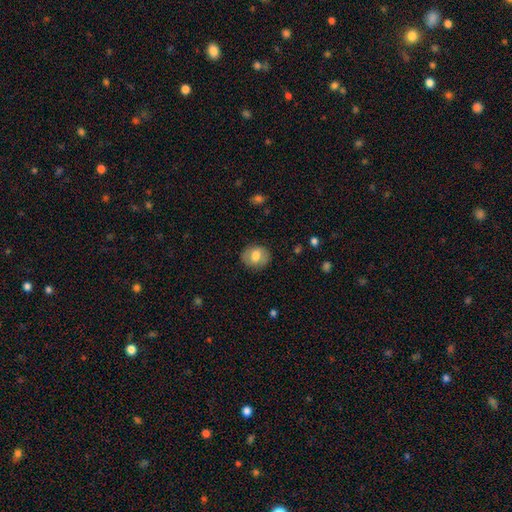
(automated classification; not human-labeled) Overall: smooth (70%). How rounded: round (63%; in between 36%). Merging: none (84%).